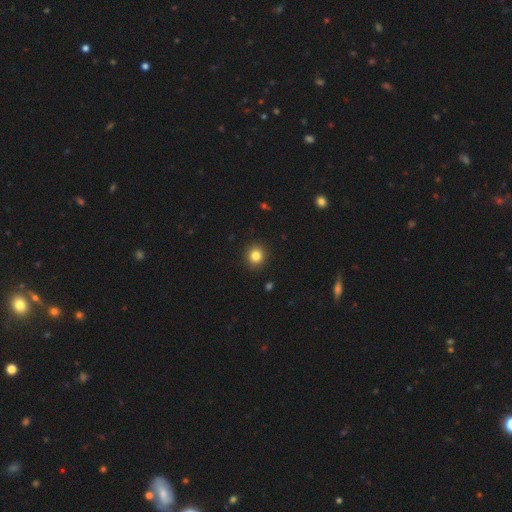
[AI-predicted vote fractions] A smooth galaxy with no disk features (83%) that is round (89%).

Vote fractions:
- Smooth or featured? smooth: 83% / star or artifact: 12% / featured or disk: 5%
- How rounded? round: 89% / in between: 10% / cigar-shaped: 1%
- Merging? none: 92% / minor disturbance: 5% / major disturbance: 2% / merger: 1%